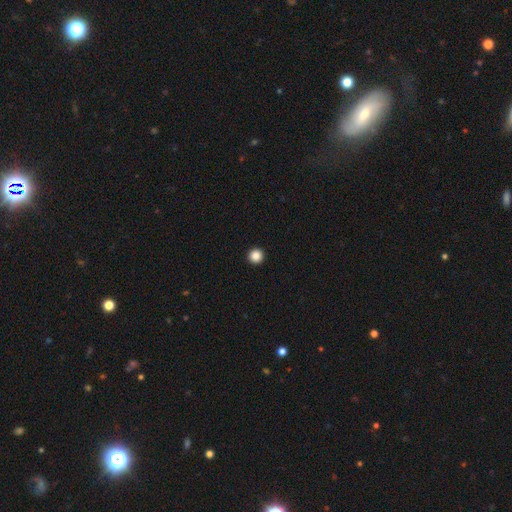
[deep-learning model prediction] A smooth galaxy with no disk features (87%) that is round (97%). Merging: none (95%).